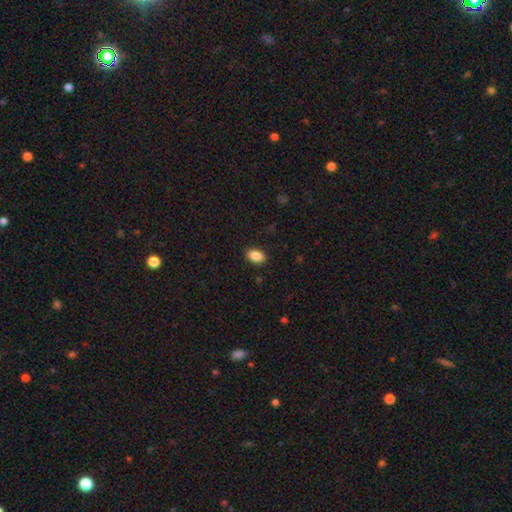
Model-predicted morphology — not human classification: Smooth or featured? smooth (88%)
How rounded? in between (89%)
Merging? none (89%)